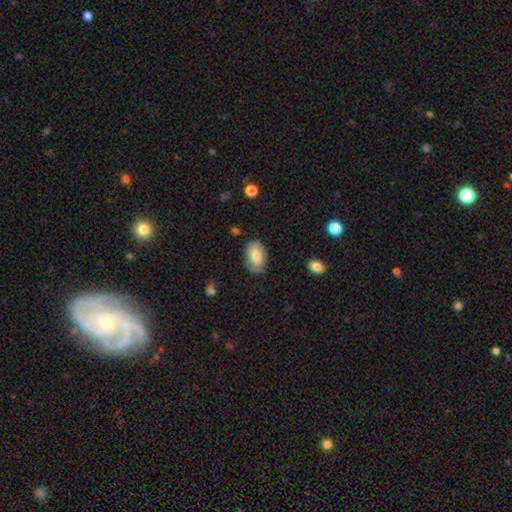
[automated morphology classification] Smooth or featured?
  - smooth: 76% *
  - featured or disk: 17%
  - star or artifact: 7%
How rounded?
  - in between: 91% *
  - round: 7%
  - cigar-shaped: 1%
Merging?
  - none: 77% *
  - minor disturbance: 18%
  - major disturbance: 4%
  - merger: 2%